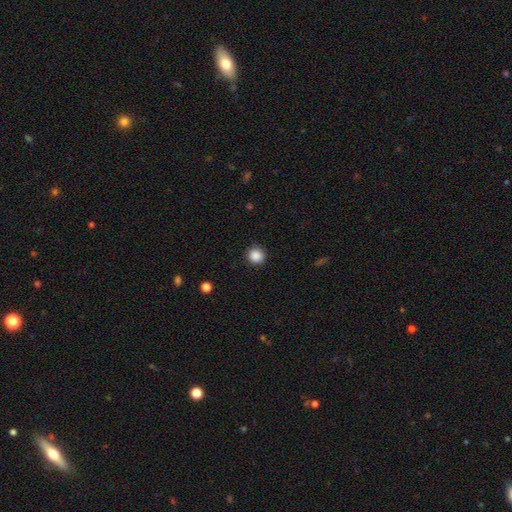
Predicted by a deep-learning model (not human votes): Smooth or featured: smooth — 88% (star or artifact — 10%)
How rounded: round — 92% (in between — 7%)
Merging: none — 90% (minor disturbance — 6%)